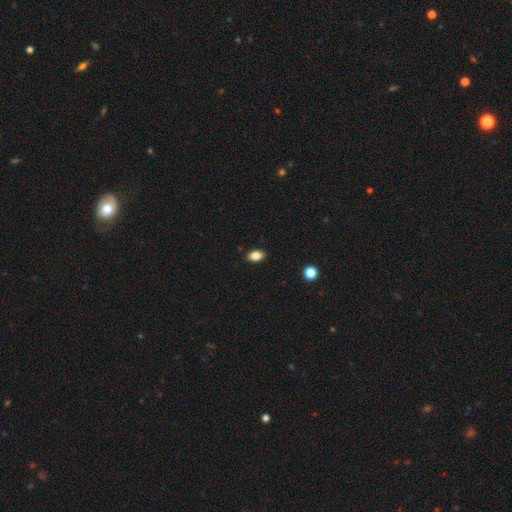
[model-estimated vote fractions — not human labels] Overall: smooth (85%). How rounded: in between (86%). Merging: none (89%).